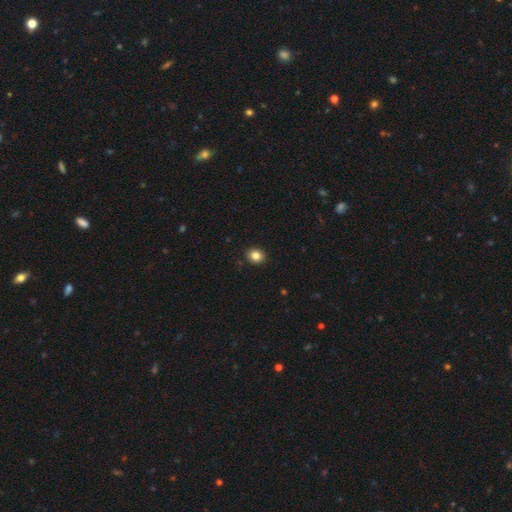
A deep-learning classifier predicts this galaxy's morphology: smooth-or-featured: smooth: 84% | star or artifact: 11% | featured or disk: 6%
  how-rounded: round: 71% | in between: 28% | cigar-shaped: 1%
  merging: none: 91% | minor disturbance: 6% | major disturbance: 2% | merger: 1%